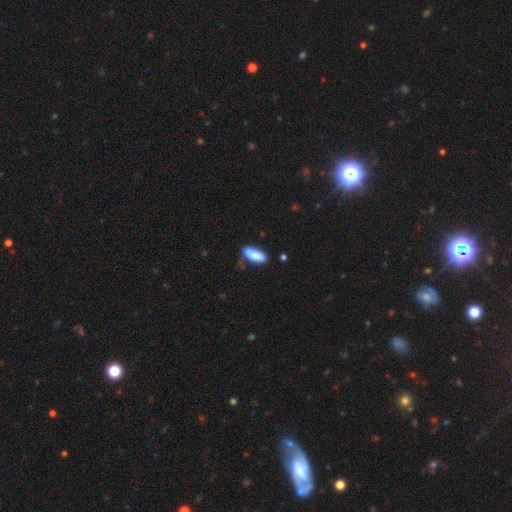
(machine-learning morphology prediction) This is clearly a smooth galaxy (85%). How rounded: clearly in between (81%). Merging: possibly none (59%).